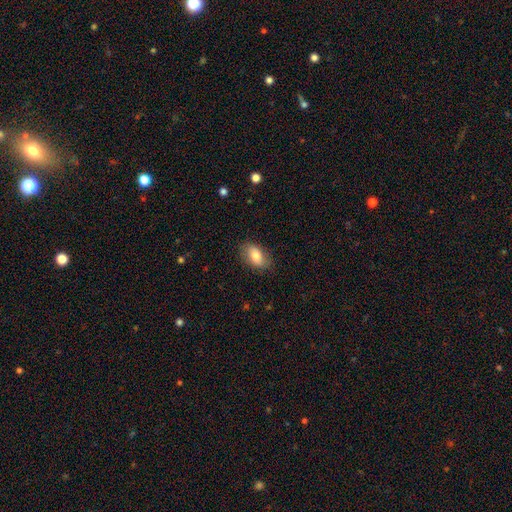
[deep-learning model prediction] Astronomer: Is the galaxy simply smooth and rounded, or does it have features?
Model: smooth — 76%.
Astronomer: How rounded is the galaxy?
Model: in between — 90%.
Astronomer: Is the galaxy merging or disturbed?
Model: none — 81%.